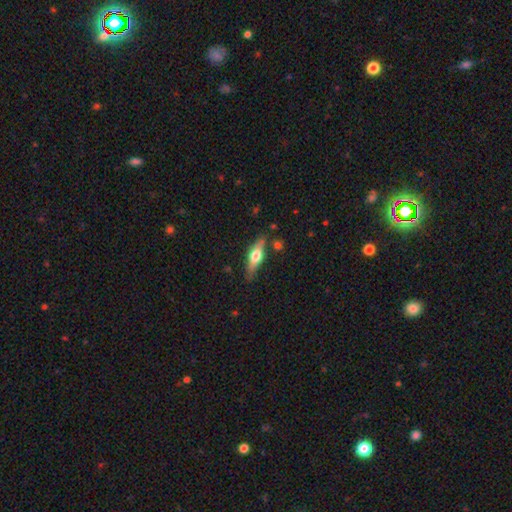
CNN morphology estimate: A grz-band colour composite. It shows a featured or disk galaxy (55%) viewed edge-on (92%) with a rounded central bulge (93%). Merging: none (80%).